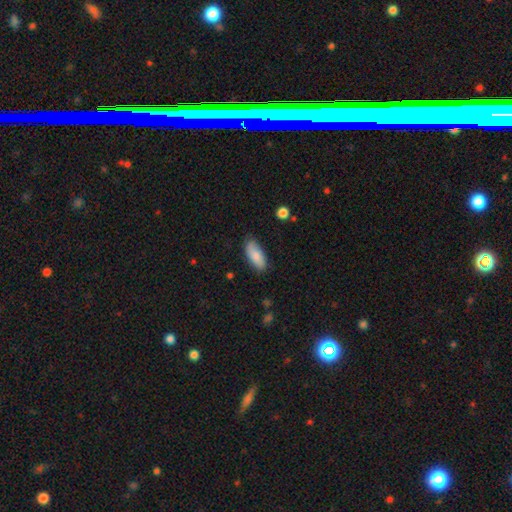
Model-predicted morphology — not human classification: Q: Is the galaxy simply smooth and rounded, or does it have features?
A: smooth — 83%.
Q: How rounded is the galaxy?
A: in between — 81%.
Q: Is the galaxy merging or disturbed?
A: none — 80%.